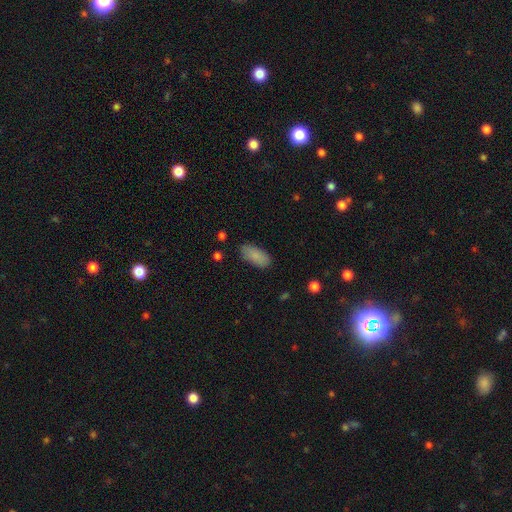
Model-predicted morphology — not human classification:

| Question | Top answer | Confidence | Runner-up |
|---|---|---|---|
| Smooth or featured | smooth | 87% | star or artifact (7%) |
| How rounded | in between | 89% | cigar-shaped (9%) |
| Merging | none | 84% | minor disturbance (12%) |